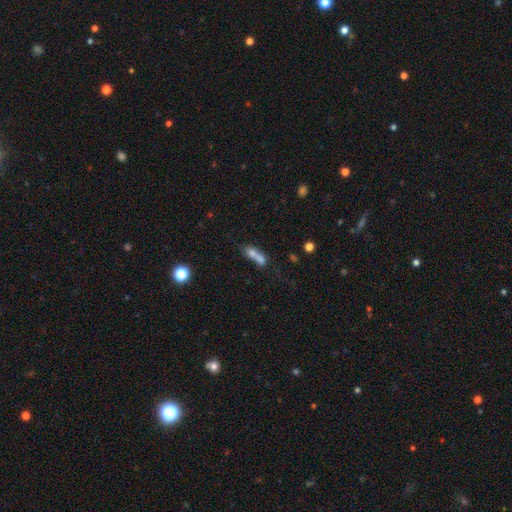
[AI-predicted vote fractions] A smooth galaxy with no disk features (66%) that is in between round and cigar-shaped (54%).

Vote fractions:
- Smooth or featured? smooth: 66% / featured or disk: 22% / star or artifact: 12%
- How rounded? in between: 54% / cigar-shaped: 27% / round: 20%
- Merging? merger: 60% / none: 22% / minor disturbance: 10% / major disturbance: 9%